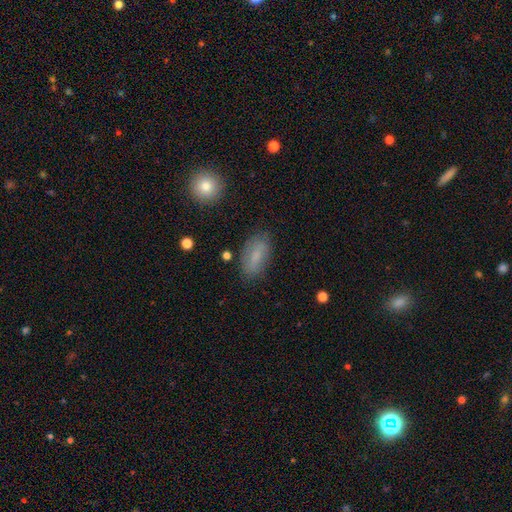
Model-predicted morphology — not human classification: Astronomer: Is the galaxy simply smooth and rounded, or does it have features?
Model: smooth — 70%.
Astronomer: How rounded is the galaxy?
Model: in between — 90%.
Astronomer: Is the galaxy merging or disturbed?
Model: none — 79%.